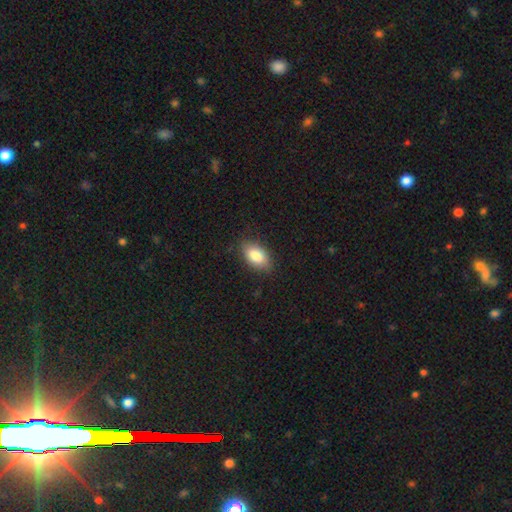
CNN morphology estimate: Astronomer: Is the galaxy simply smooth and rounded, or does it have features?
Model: smooth — 85%.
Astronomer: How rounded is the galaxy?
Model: in between — 92%.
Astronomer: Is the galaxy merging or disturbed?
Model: none — 82%.